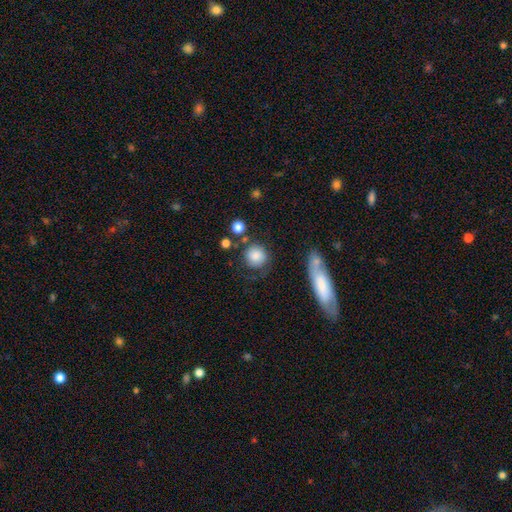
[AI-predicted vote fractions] The model was most divided on "merging": none: 66%, minor disturbance: 16%, major disturbance: 9%, merger: 8%. More confident: how rounded — round (88%); smooth or featured — smooth (82%).